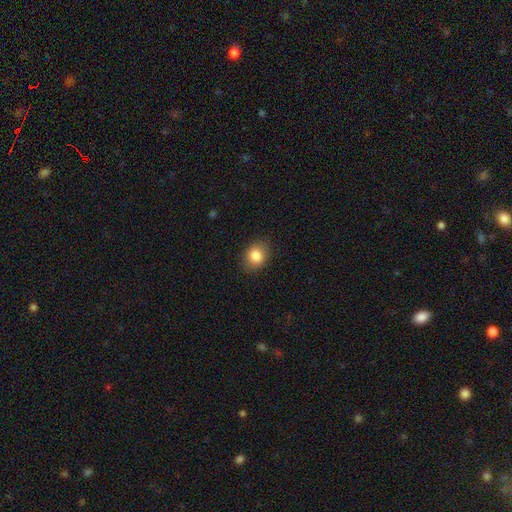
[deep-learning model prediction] This is clearly a smooth galaxy (84%). How rounded: possibly in between (53%). Merging: clearly none (84%).